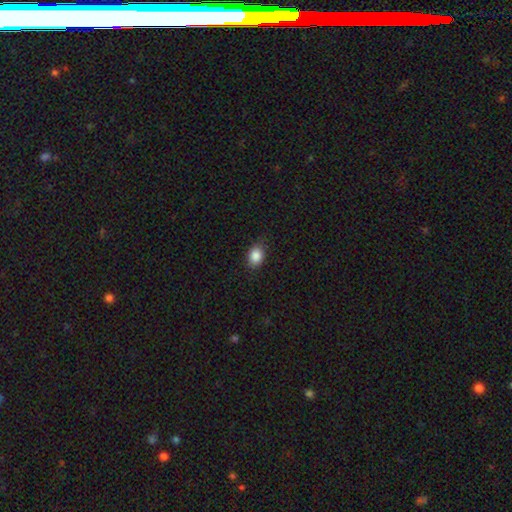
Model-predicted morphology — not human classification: The model was most divided on "how rounded": in between: 66%, round: 33%, cigar-shaped: 1%. More confident: smooth or featured — smooth (86%); merging — none (83%).